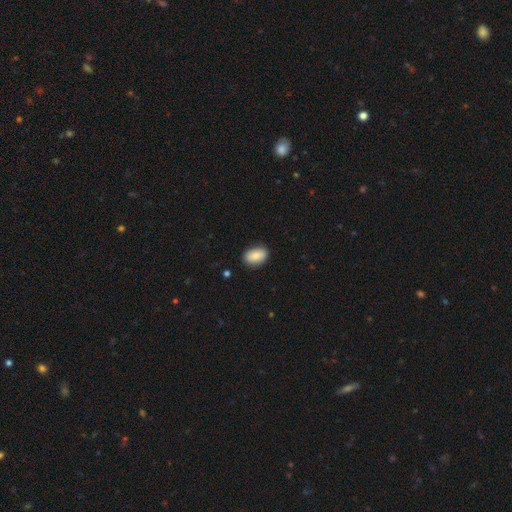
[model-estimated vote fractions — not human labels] Smooth or featured: smooth — 84% (featured or disk — 9%)
How rounded: in between — 90% (round — 9%)
Merging: none — 86% (minor disturbance — 11%)